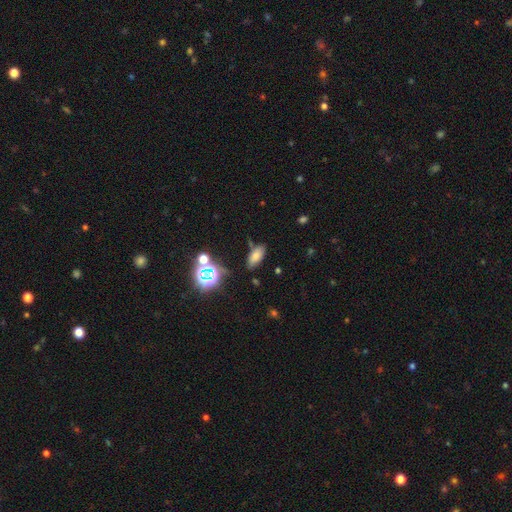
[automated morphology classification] A smooth galaxy with no disk features (69%) that is in between round and cigar-shaped (85%). Merging: none (73%).